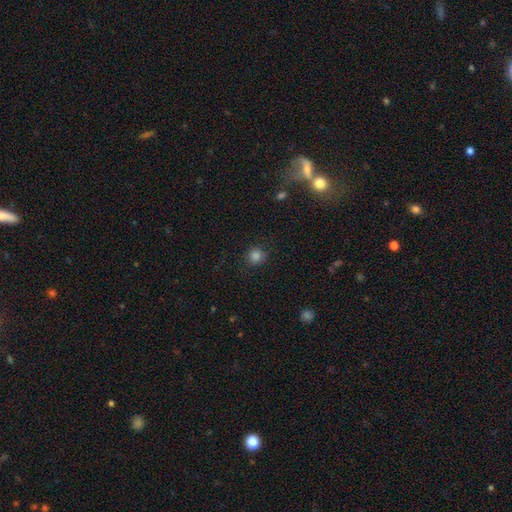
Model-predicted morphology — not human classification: smooth_or_featured: smooth (p=0.83) [alt: star or artifact p=0.13]
how_rounded: round (p=0.91) [alt: in between p=0.08]
merging: none (p=0.86) [alt: minor disturbance p=0.09]